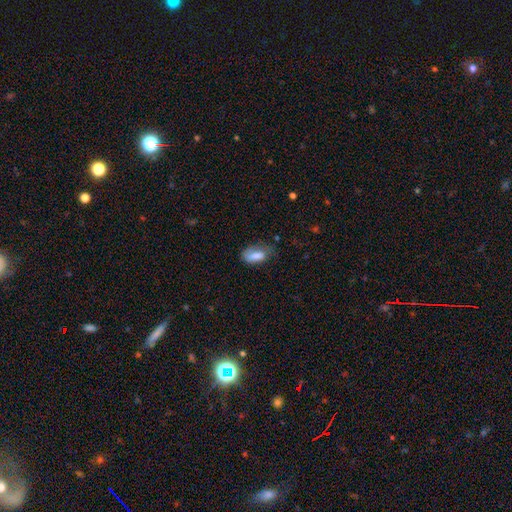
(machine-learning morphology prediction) Q: Smooth or featured?
A: smooth (78%); runner-up: featured or disk (15%)
Q: How rounded?
A: in between (89%); runner-up: cigar-shaped (7%)
Q: Merging?
A: none (45%); runner-up: minor disturbance (35%)